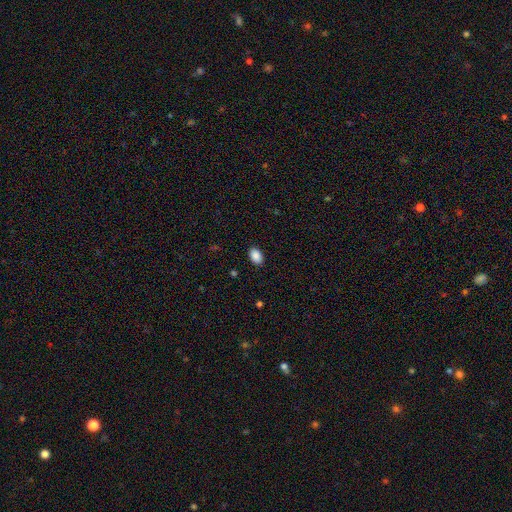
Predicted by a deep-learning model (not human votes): smooth-or-featured: smooth: 89% | star or artifact: 8% | featured or disk: 3%
  how-rounded: in between: 87% | round: 12% | cigar-shaped: 1%
  merging: none: 89% | minor disturbance: 8% | major disturbance: 2% | merger: 1%